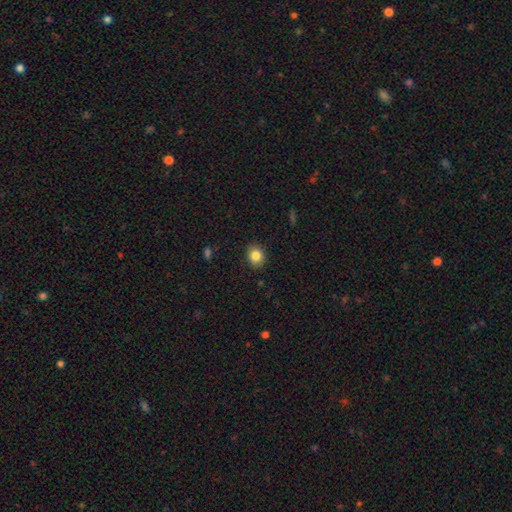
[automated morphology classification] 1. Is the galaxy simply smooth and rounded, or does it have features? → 84% smooth, 10% star or artifact, 6% featured or disk.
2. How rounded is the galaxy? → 61% round, 38% in between, 1% cigar-shaped.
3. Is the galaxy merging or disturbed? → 89% none, 8% minor disturbance, 2% major disturbance, 1% merger.